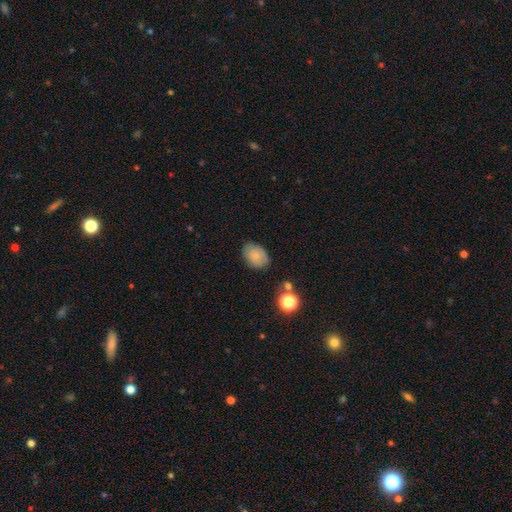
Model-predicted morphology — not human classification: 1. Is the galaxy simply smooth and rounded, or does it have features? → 81% smooth, 10% featured or disk, 9% star or artifact.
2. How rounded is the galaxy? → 74% in between, 25% round, 1% cigar-shaped.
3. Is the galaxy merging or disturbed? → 74% none, 19% minor disturbance, 4% major disturbance, 3% merger.